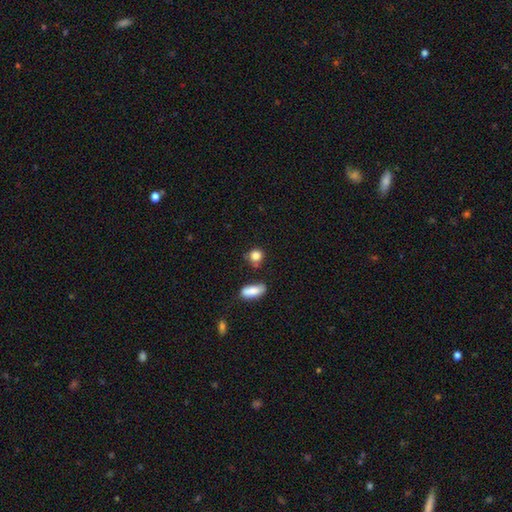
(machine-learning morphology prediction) A smooth galaxy with no disk features (84%) that is round (77%).

Vote fractions:
- Smooth or featured? smooth: 84% / star or artifact: 10% / featured or disk: 6%
- How rounded? round: 77% / in between: 21% / cigar-shaped: 2%
- Merging? none: 64% / minor disturbance: 20% / merger: 10% / major disturbance: 5%